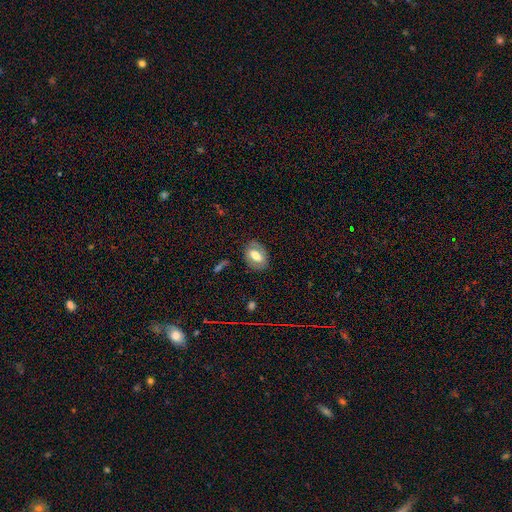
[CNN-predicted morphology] This is possibly a smooth galaxy (51%). How rounded: likely in between (80%). Merging: likely none (78%).